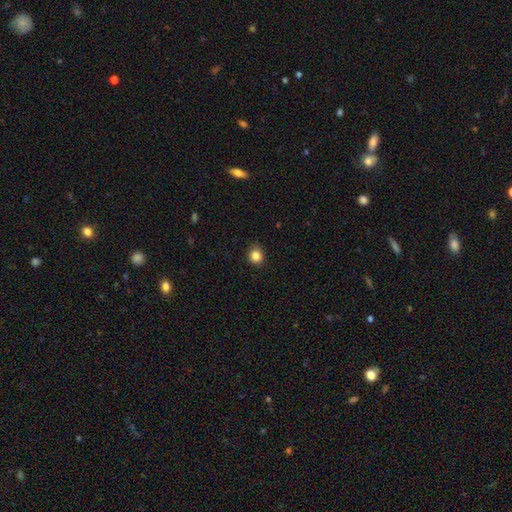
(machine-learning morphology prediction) Smooth or featured? smooth (84%)
How rounded? round (83%)
Merging? none (86%)